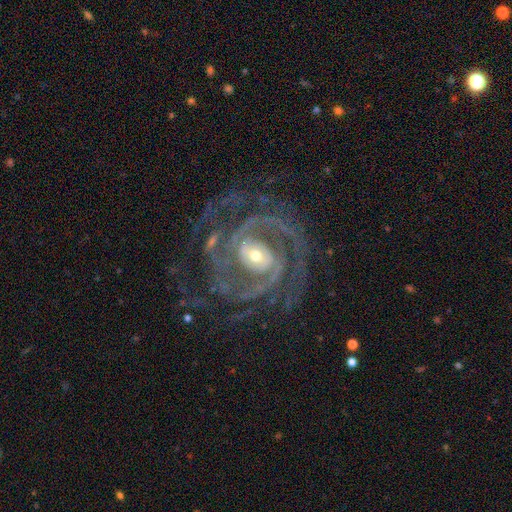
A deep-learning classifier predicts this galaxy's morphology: Smooth or featured? featured or disk (92%)
Edge-on disk? no (98%)
Bar? no (42%)
Spiral arms? yes (98%)
Spiral winding? tight (52%)
Spiral arm count? 2 (42%)
Bulge size? moderate (49%)
Merging? none (67%)